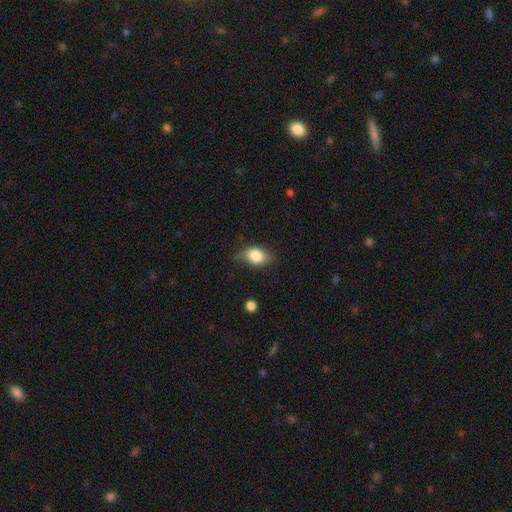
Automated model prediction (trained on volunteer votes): Smooth or featured? smooth (80%)
How rounded? in between (80%)
Merging? none (64%)